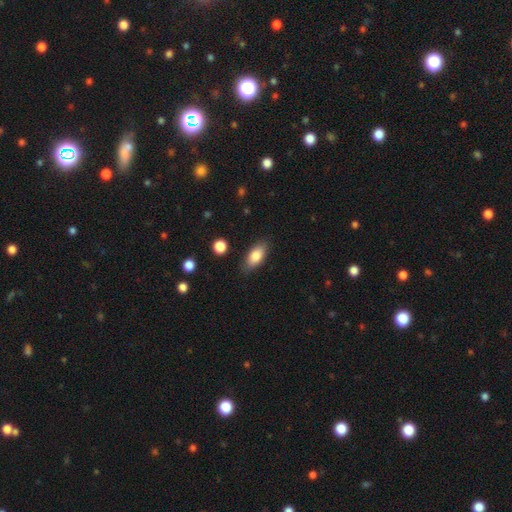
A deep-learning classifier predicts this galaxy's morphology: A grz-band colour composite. It shows a smooth galaxy with no disk features (82%) that is in between round and cigar-shaped (86%). Merging: none (84%).